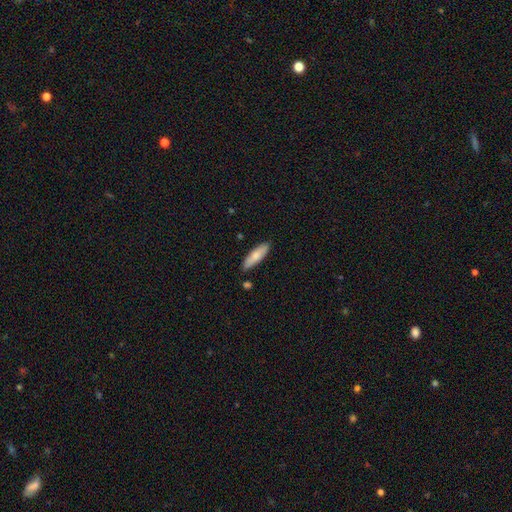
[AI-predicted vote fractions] This appears to be a smooth galaxy with no disk features (74%) that is cigar-shaped (57%). Merging: none (86%).